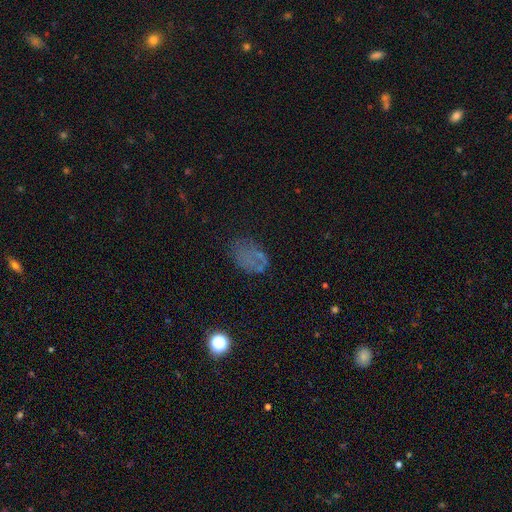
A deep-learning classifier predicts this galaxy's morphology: A smooth galaxy with no disk features (51%) that is in between round and cigar-shaped (79%). Merging: none (55%).